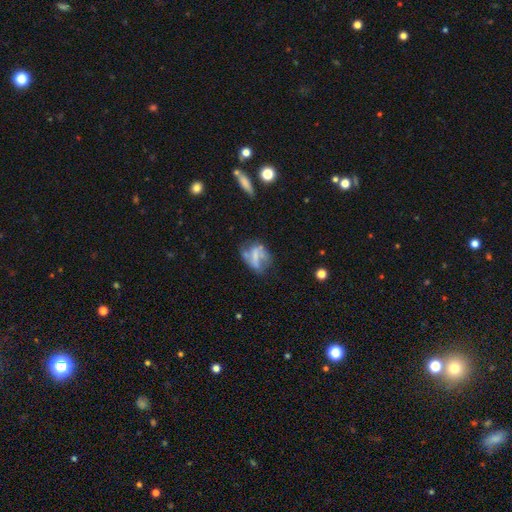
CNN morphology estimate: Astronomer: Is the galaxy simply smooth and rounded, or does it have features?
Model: featured or disk — 57% (runner-up: smooth, 32%).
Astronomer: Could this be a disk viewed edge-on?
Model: no — 94%.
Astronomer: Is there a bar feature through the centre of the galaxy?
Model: no — 39% (runner-up: strong, 32%).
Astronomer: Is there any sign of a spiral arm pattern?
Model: no — 56% (runner-up: yes, 44%).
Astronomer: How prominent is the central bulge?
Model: none — 58%.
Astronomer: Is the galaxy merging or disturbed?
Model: none — 40% (runner-up: major disturbance, 26%).